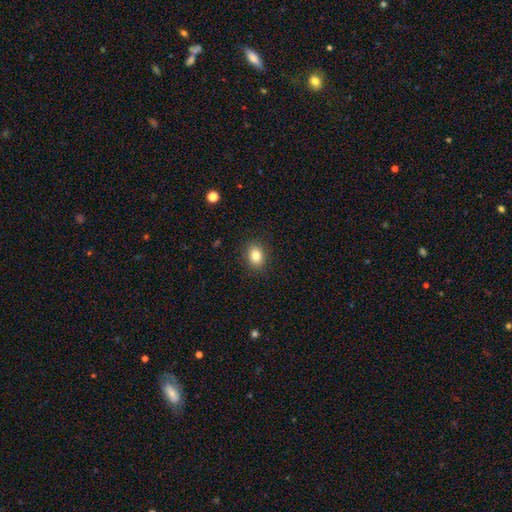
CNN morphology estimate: Smooth or featured? Predicted: smooth (p=0.83). How rounded? Predicted: in between (p=0.67). Merging? Predicted: none (p=0.89).